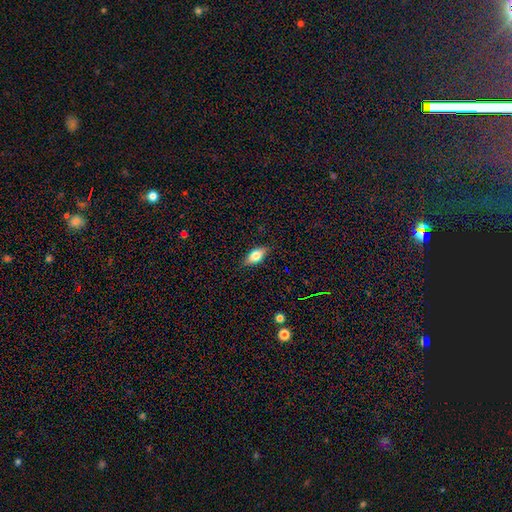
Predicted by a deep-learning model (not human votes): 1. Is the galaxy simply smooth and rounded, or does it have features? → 74% smooth, 19% featured or disk, 8% star or artifact.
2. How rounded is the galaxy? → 85% in between, 11% cigar-shaped, 4% round.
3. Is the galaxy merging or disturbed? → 86% none, 11% minor disturbance, 2% major disturbance, 1% merger.